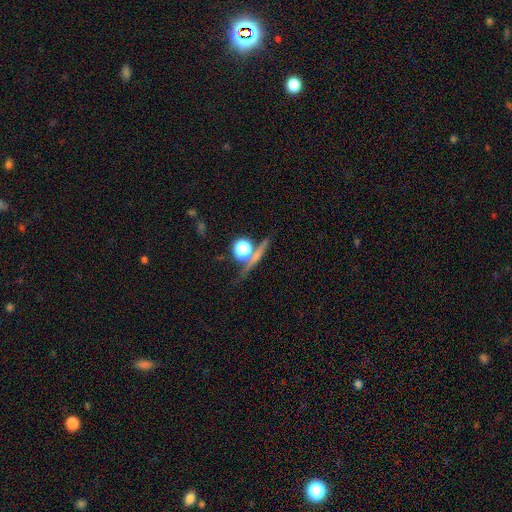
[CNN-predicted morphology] smooth_or_featured: smooth (p=0.37) [alt: star or artifact p=0.34]
merging: none (p=0.72) [alt: merger p=0.11]